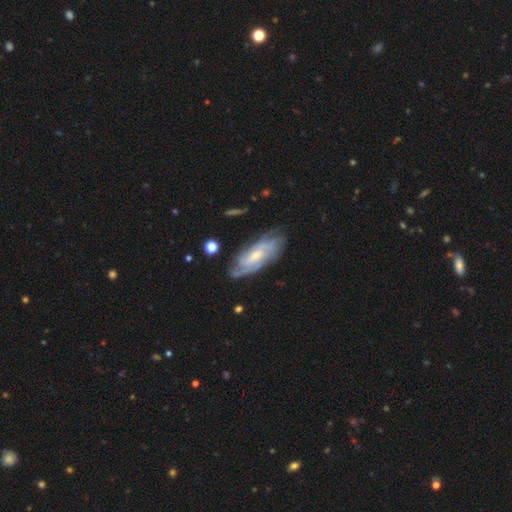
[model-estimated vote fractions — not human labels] The model was most divided on "bar": no: 50%, weak: 40%, strong: 10%. Remaining: spiral arms — yes (94%); edge-on disk — no (90%); smooth or featured — featured or disk (81%); merging — none (72%); spiral winding — tight (58%); bulge size — small (56%); spiral arm count — can't tell (40%).